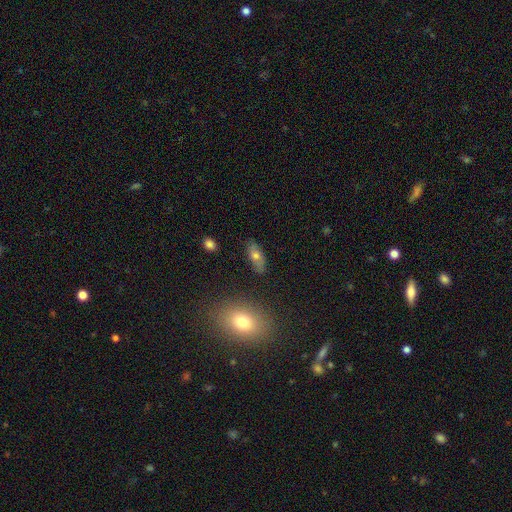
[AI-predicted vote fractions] smooth_or_featured: smooth (p=0.67) [alt: featured or disk p=0.25]
how_rounded: in between (p=0.80) [alt: cigar-shaped p=0.15]
merging: none (p=0.82) [alt: minor disturbance p=0.12]